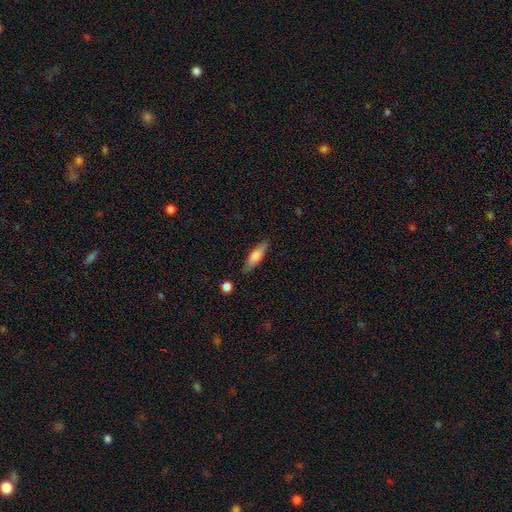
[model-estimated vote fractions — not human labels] A smooth galaxy with no disk features (74%) that is cigar-shaped (57%).

Vote fractions:
- Smooth or featured? smooth: 74% / featured or disk: 20% / star or artifact: 7%
- How rounded? cigar-shaped: 57% / in between: 41% / round: 2%
- Merging? none: 82% / minor disturbance: 13% / major disturbance: 3% / merger: 2%